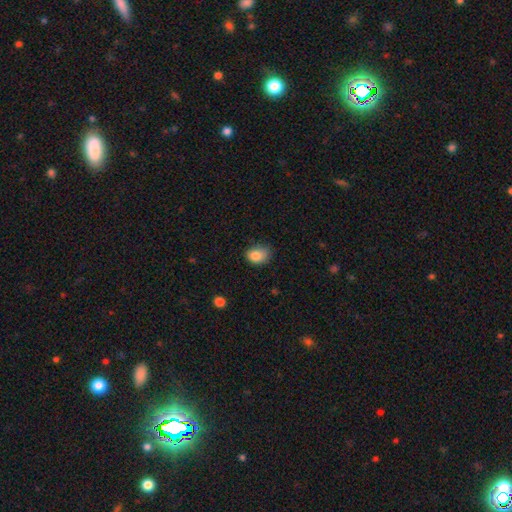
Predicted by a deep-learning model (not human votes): Smooth or featured?
  - smooth: 83% *
  - star or artifact: 10%
  - featured or disk: 7%
How rounded?
  - in between: 62% *
  - round: 37%
  - cigar-shaped: 1%
Merging?
  - none: 59% *
  - minor disturbance: 32%
  - major disturbance: 7%
  - merger: 2%